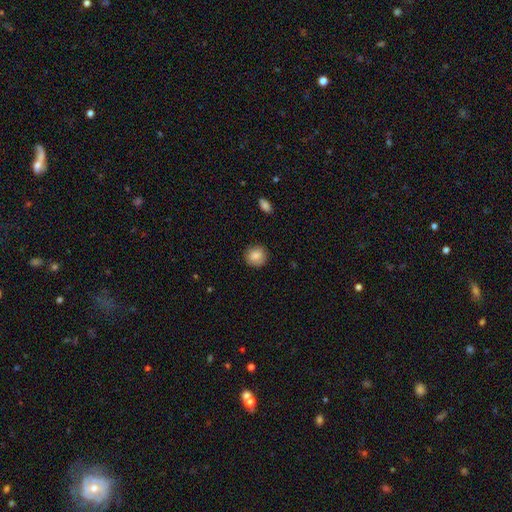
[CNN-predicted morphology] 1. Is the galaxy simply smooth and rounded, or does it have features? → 81% smooth, 11% featured or disk, 8% star or artifact.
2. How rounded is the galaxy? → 86% round, 13% in between, 1% cigar-shaped.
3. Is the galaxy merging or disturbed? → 85% none, 11% minor disturbance, 3% major disturbance, 1% merger.